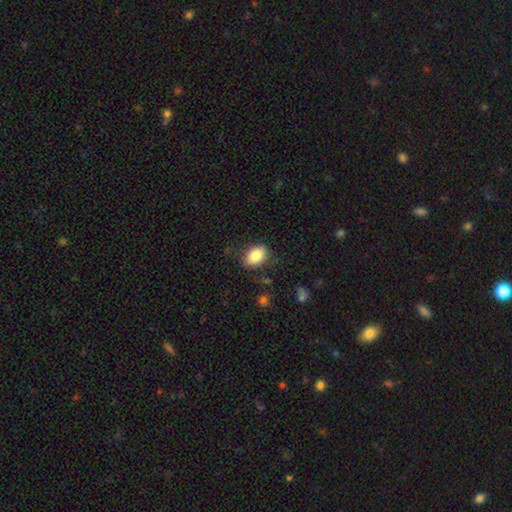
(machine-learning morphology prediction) smooth_or_featured: smooth (p=0.87) [alt: star or artifact p=0.08]
how_rounded: in between (p=0.84) [alt: round p=0.15]
merging: none (p=0.82) [alt: minor disturbance p=0.13]